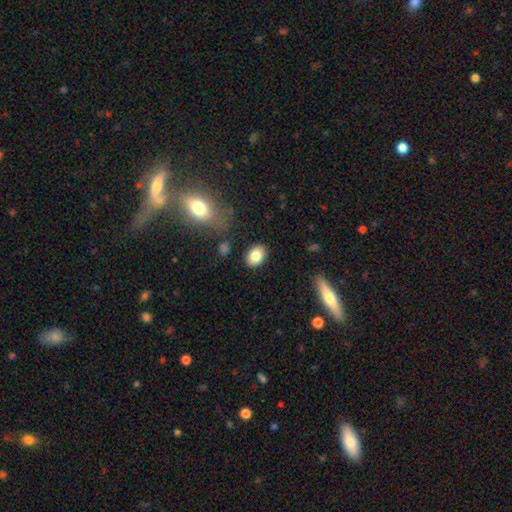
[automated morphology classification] Overall: smooth (84%). How rounded: in between (75%). Merging: none (86%).